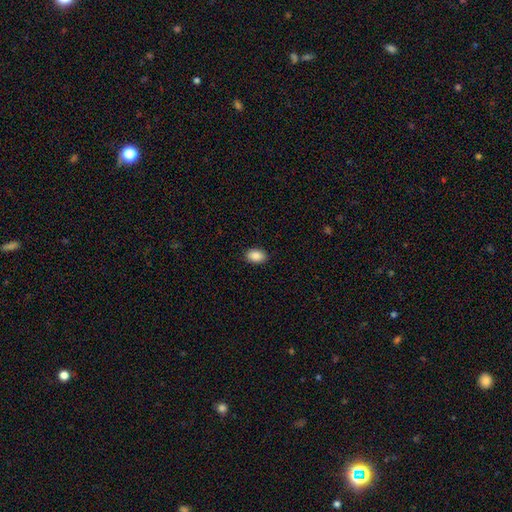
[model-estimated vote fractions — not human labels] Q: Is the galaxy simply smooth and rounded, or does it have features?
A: smooth — 89%.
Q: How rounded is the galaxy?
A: in between — 87%.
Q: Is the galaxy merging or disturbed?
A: none — 89%.